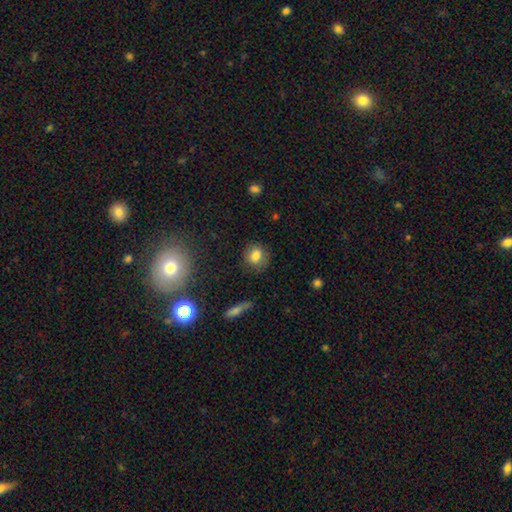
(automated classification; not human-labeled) smooth 80%, star or artifact 11%, featured or disk 9%. Down the decision tree: how rounded — round (75%); merging — none (82%).